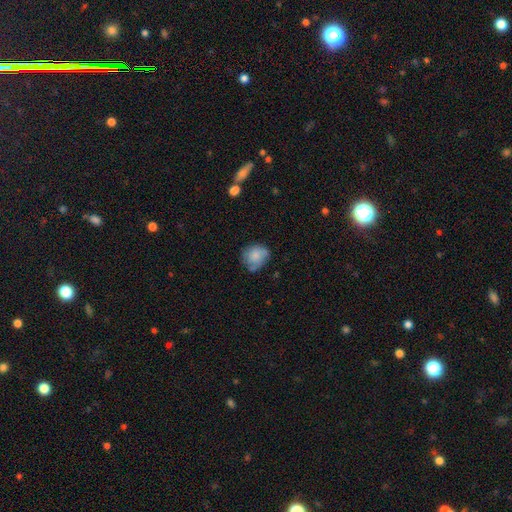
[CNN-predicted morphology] Smooth or featured? Predicted: smooth (p=0.73). How rounded? Predicted: round (p=0.69). Merging? Predicted: none (p=0.56).